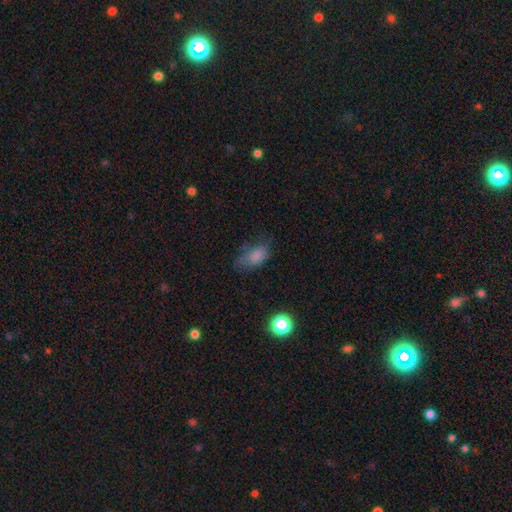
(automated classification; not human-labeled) smooth 78%, star or artifact 12%, featured or disk 11%. Down the decision tree: how rounded — in between (89%); merging — none (51%).